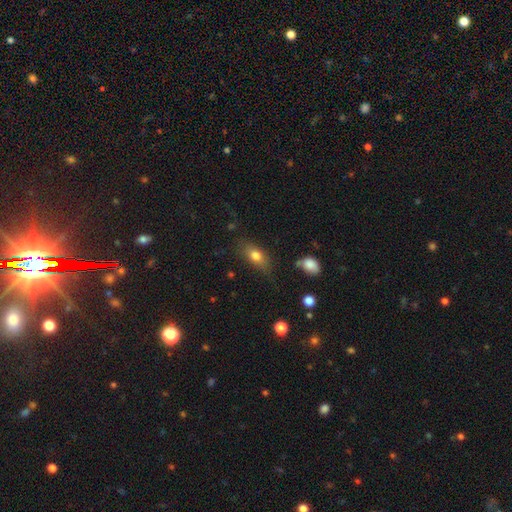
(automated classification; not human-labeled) Smooth or featured? smooth (77%)
How rounded? in between (79%)
Merging? none (69%)